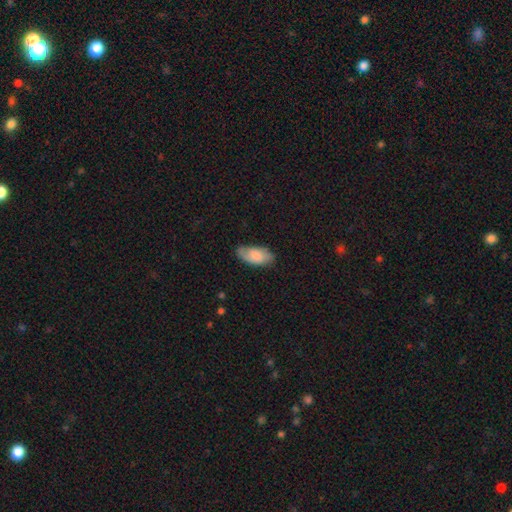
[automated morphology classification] smooth 79%, featured or disk 15%, star or artifact 6%. Down the decision tree: how rounded — in between (93%); merging — none (71%).